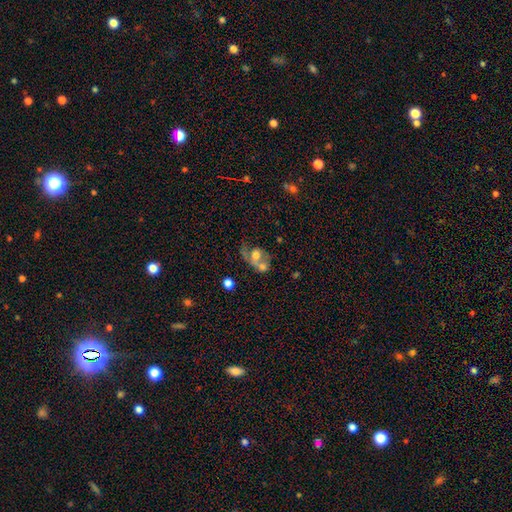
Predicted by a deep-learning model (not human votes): Q: Smooth or featured?
A: smooth (48%); runner-up: featured or disk (42%)
Q: Merging?
A: merger (57%); runner-up: none (18%)